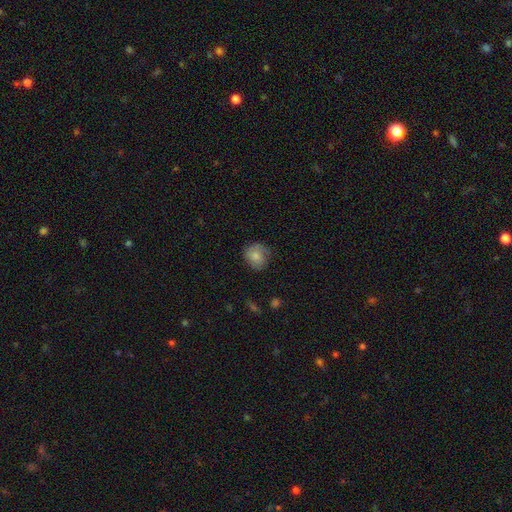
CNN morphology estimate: smooth 81%, featured or disk 11%, star or artifact 8%. Down the decision tree: how rounded — round (81%); merging — none (74%).